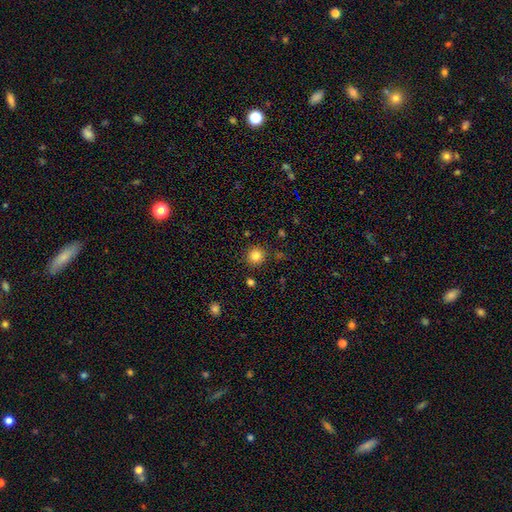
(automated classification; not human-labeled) Q: Smooth or featured?
A: smooth (83%); runner-up: star or artifact (12%)
Q: How rounded?
A: round (94%); runner-up: in between (6%)
Q: Merging?
A: none (88%); runner-up: minor disturbance (7%)